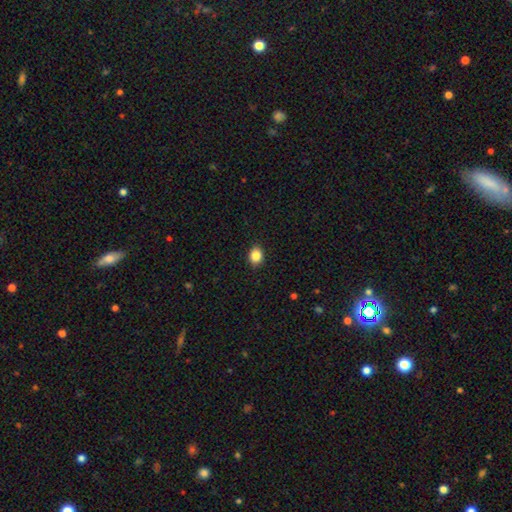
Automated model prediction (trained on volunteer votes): The model was most divided on "how rounded": round: 53%, in between: 46%, cigar-shaped: 1%. More confident: merging — none (90%); smooth or featured — smooth (86%).